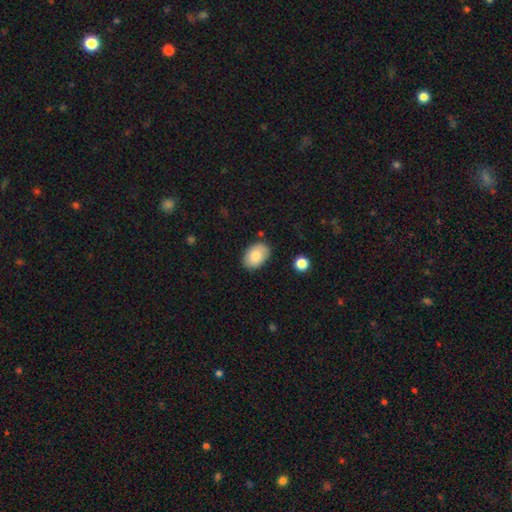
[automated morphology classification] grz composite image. It shows a smooth galaxy with no disk features (85%) that is in between round and cigar-shaped (88%). Merging: none (82%).